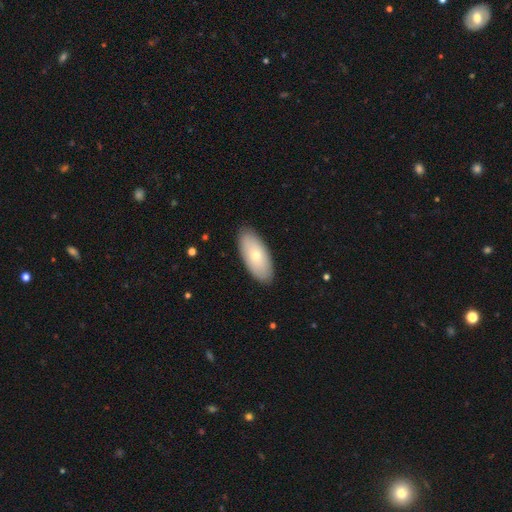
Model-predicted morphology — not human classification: A smooth galaxy with no disk features (67%) that is in between round and cigar-shaped (89%).

Vote fractions:
- Smooth or featured? smooth: 67% / featured or disk: 28% / star or artifact: 5%
- How rounded? in between: 89% / cigar-shaped: 8% / round: 2%
- Merging? none: 88% / minor disturbance: 9% / major disturbance: 2% / merger: 1%